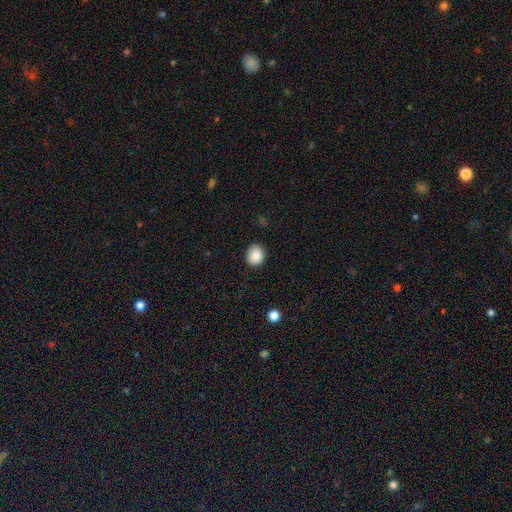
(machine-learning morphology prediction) smooth 88%, star or artifact 9%, featured or disk 3%. Down the decision tree: how rounded — round (71%); merging — none (86%).